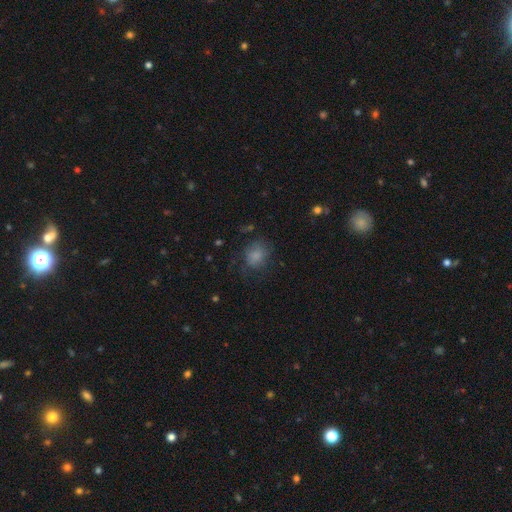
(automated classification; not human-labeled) This is likely a smooth galaxy (77%). How rounded: possibly round (56%). Merging: possibly none (60%).